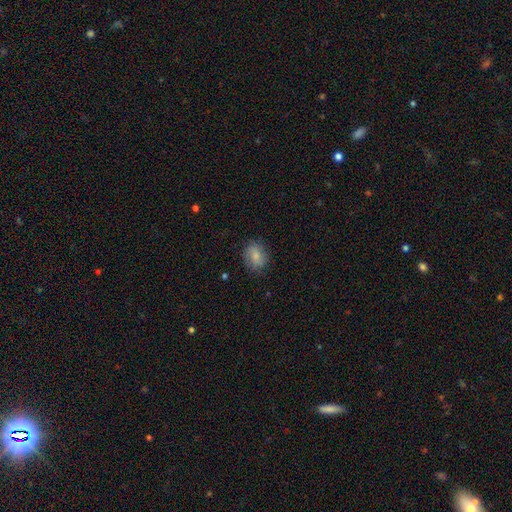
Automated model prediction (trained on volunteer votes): Smooth or featured? Predicted: smooth (p=0.80). How rounded? Predicted: round (p=0.50). Merging? Predicted: none (p=0.79).